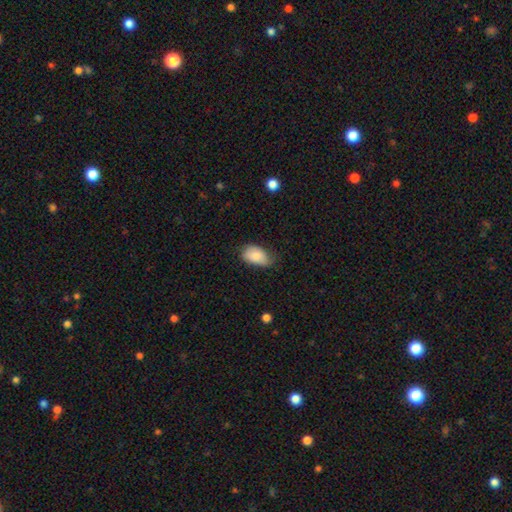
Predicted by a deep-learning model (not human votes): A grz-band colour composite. It shows a smooth galaxy with no disk features (83%) that is in between round and cigar-shaped (92%). Merging: none (56%).